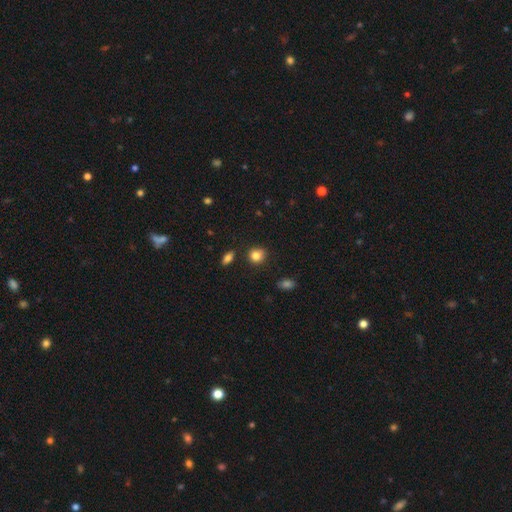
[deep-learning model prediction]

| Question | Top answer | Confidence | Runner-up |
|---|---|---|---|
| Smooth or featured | smooth | 83% | star or artifact (10%) |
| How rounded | round | 76% | in between (23%) |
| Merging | none | 79% | minor disturbance (14%) |